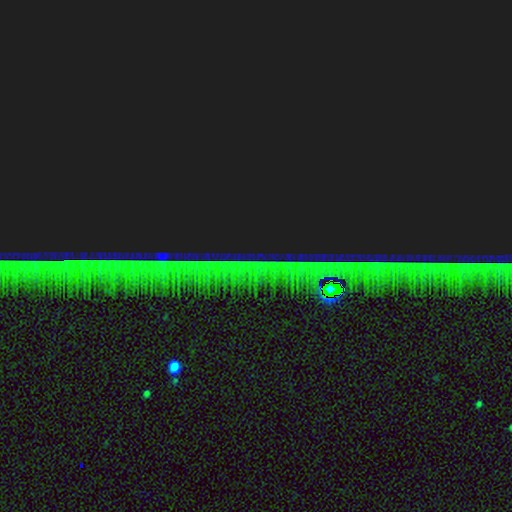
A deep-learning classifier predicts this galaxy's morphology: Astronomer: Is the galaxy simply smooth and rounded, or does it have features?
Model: star or artifact — 87%.